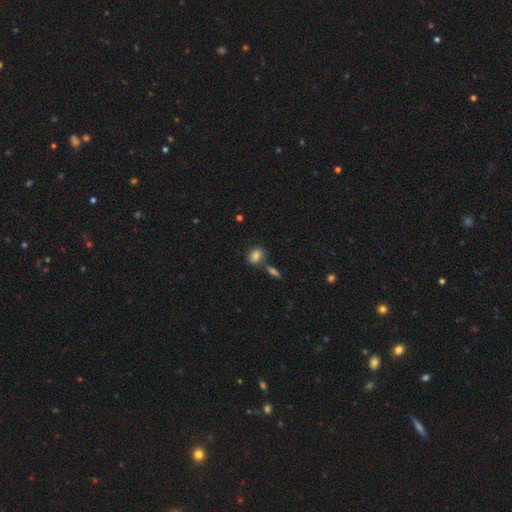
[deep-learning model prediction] Smooth or featured? Predicted: smooth (p=0.82). How rounded? Predicted: in between (p=0.73). Merging? Predicted: none (p=0.63).